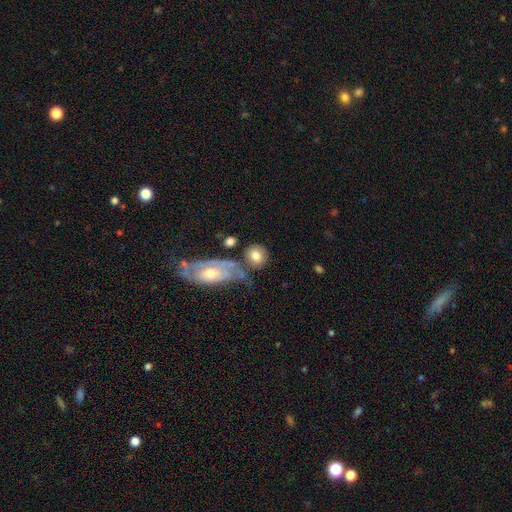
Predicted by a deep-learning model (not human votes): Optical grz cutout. It shows a smooth galaxy with no disk features (72%) that is round (71%). Merging: none (57%).